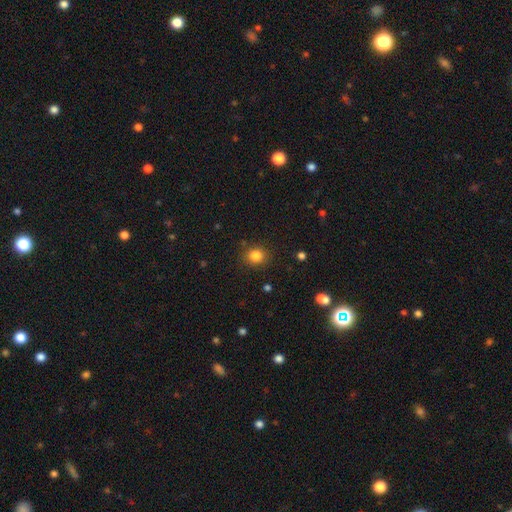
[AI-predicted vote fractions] Overall: smooth (83%). How rounded: round (75%). Merging: none (86%).